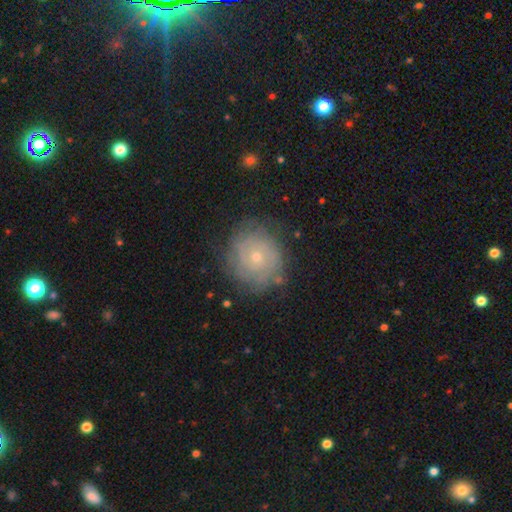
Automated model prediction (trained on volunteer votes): Smooth or featured?
  - featured or disk: 63% *
  - smooth: 28%
  - star or artifact: 9%
Edge-on disk?
  - no: 97% *
  - yes: 3%
Bar?
  - no: 85% *
  - weak: 13%
  - strong: 2%
Spiral arms?
  - yes: 80% *
  - no: 20%
Bulge size?
  - small: 66% *
  - moderate: 30%
  - large: 1%
  - none: 1%
  - dominant: 1%
Merging?
  - none: 78% *
  - minor disturbance: 15%
  - major disturbance: 6%
  - merger: 1%